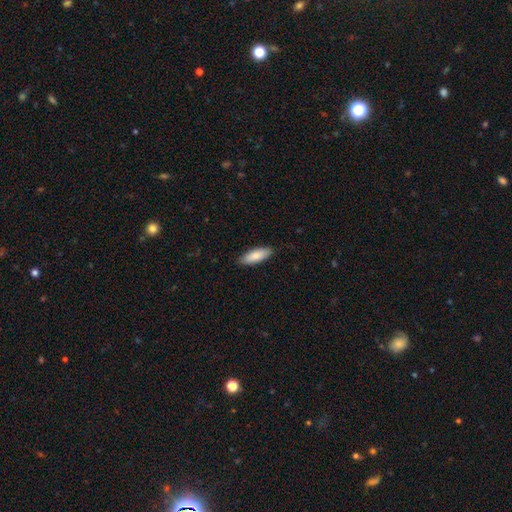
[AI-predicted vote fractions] Smooth or featured?
  - smooth: 85% *
  - featured or disk: 9%
  - star or artifact: 5%
How rounded?
  - in between: 64% *
  - cigar-shaped: 34%
  - round: 2%
Merging?
  - none: 88% *
  - minor disturbance: 10%
  - major disturbance: 2%
  - merger: 1%